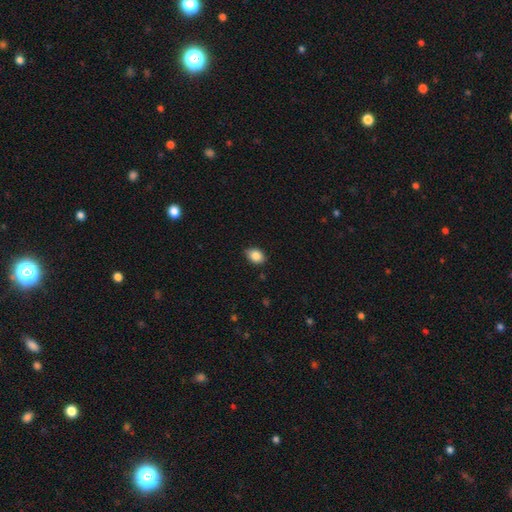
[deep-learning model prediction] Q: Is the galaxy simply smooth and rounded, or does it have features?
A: smooth — 86%.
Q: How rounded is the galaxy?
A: in between — 72%.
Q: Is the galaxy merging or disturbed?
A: none — 82%.